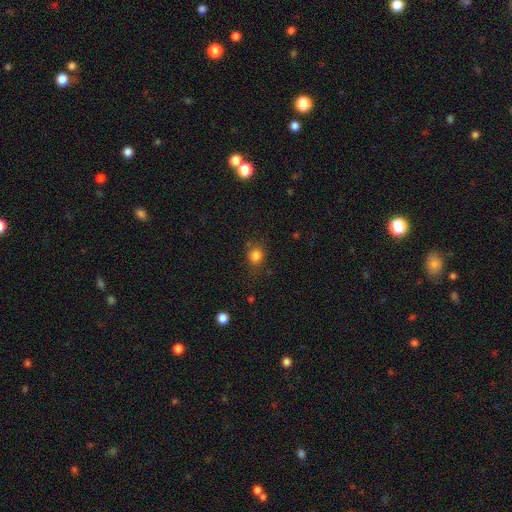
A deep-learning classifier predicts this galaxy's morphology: A smooth galaxy with no disk features (81%) that is round (79%).

Vote fractions:
- Smooth or featured? smooth: 81% / star or artifact: 13% / featured or disk: 6%
- How rounded? round: 79% / in between: 20% / cigar-shaped: 1%
- Merging? none: 73% / minor disturbance: 18% / major disturbance: 7% / merger: 3%